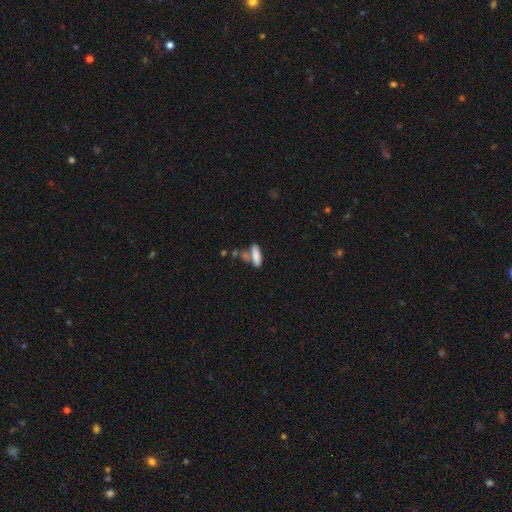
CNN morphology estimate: Smooth or featured: smooth — 80% (featured or disk — 11%)
How rounded: in between — 57% (cigar-shaped — 41%)
Merging: none — 46% (merger — 28%)